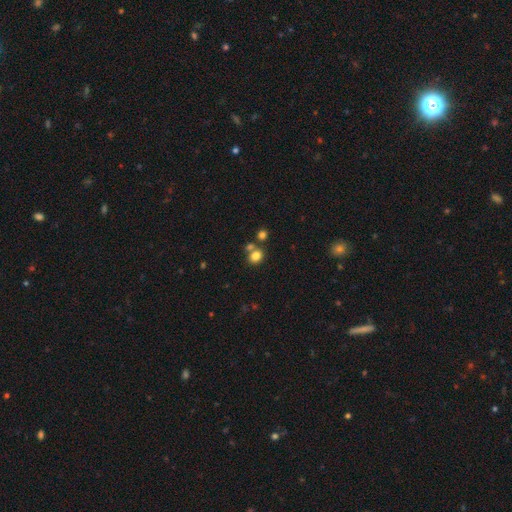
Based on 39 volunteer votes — Morphology: type=smooth (77%); roundness=round (60%); merging=none (60%).